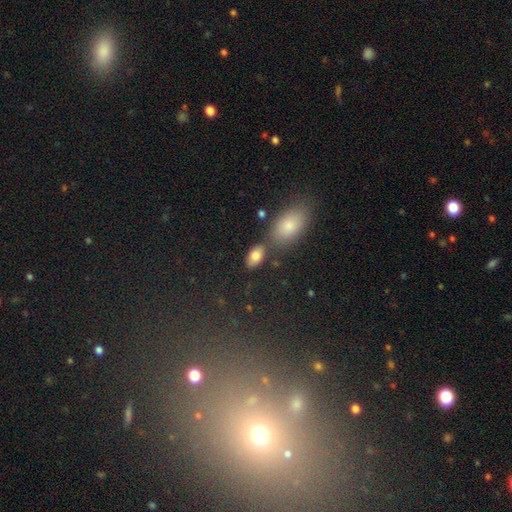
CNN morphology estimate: Smooth or featured?
  - smooth: 82% *
  - featured or disk: 10%
  - star or artifact: 9%
How rounded?
  - in between: 92% *
  - round: 6%
  - cigar-shaped: 3%
Merging?
  - none: 69% *
  - minor disturbance: 14%
  - merger: 13%
  - major disturbance: 4%